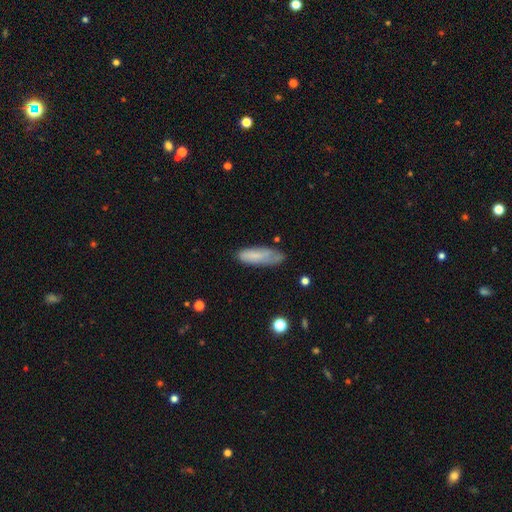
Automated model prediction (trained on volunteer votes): Morphology: type=smooth (73%); roundness=in between (51%); merging=none (58%).